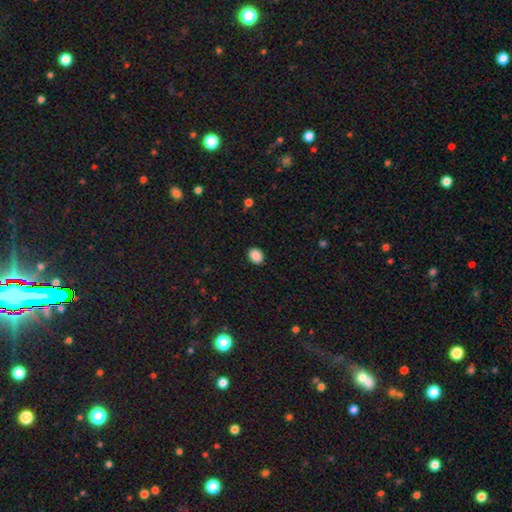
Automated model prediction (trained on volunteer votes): smooth 89%, star or artifact 9%, featured or disk 3%. Down the decision tree: how rounded — round (51%); merging — none (90%).